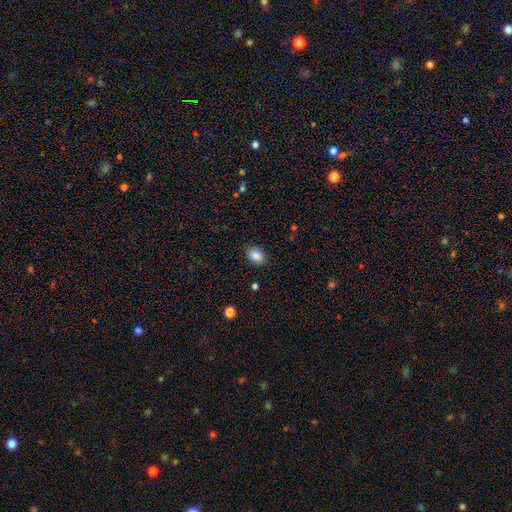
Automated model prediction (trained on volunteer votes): smooth_or_featured: smooth (p=0.86) [alt: star or artifact p=0.08]
how_rounded: in between (p=0.76) [alt: round p=0.23]
merging: none (p=0.87) [alt: minor disturbance p=0.10]